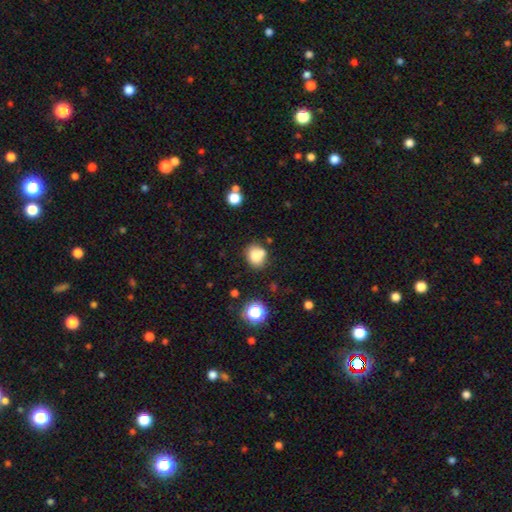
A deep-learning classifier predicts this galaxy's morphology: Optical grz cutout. It shows a smooth galaxy with no disk features (80%) that is round (69%). Merging: none (65%).